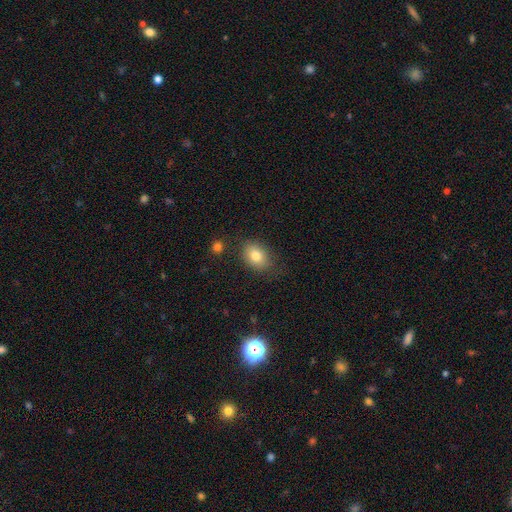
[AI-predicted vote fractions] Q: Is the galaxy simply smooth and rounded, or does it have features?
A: smooth — 80%.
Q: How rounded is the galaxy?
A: in between — 73%.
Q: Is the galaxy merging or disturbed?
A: none — 78%.